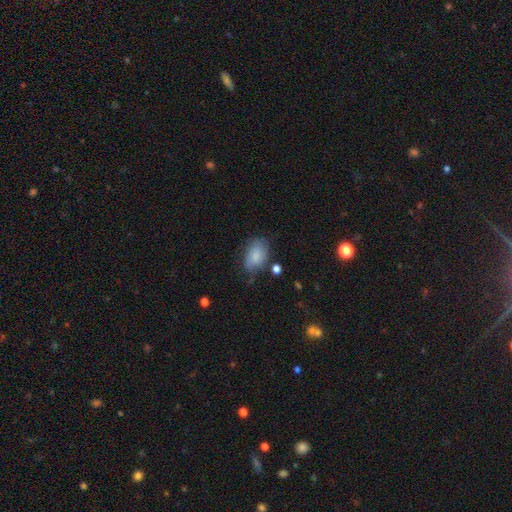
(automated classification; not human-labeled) A smooth galaxy with no disk features (75%) that is in between round and cigar-shaped (88%). Merging: none (54%).